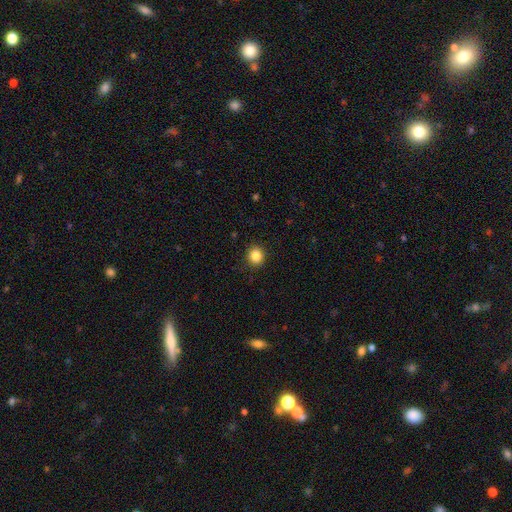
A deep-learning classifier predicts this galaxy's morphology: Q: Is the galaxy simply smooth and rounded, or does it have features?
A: smooth — 85%.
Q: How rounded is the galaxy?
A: round — 84%.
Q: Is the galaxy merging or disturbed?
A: none — 90%.